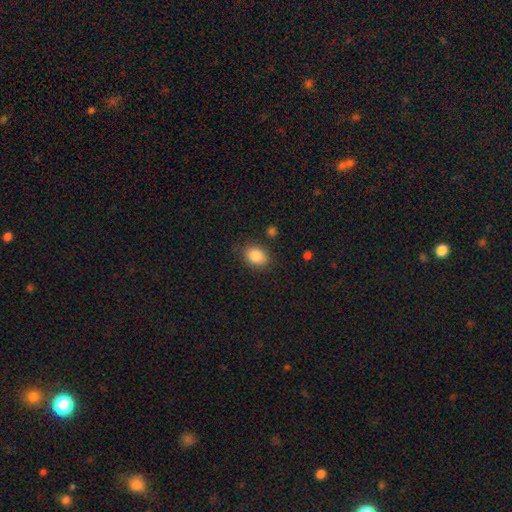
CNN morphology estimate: smooth-or-featured: smooth: 85% | star or artifact: 9% | featured or disk: 6%
  how-rounded: in between: 61% | round: 38% | cigar-shaped: 1%
  merging: none: 83% | minor disturbance: 12% | major disturbance: 3% | merger: 2%